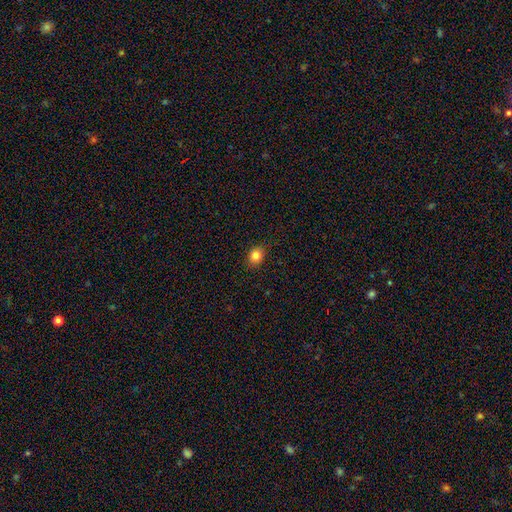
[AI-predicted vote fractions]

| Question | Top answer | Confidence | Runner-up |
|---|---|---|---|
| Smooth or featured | smooth | 83% | star or artifact (11%) |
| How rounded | round | 60% | in between (39%) |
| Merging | none | 88% | minor disturbance (9%) |